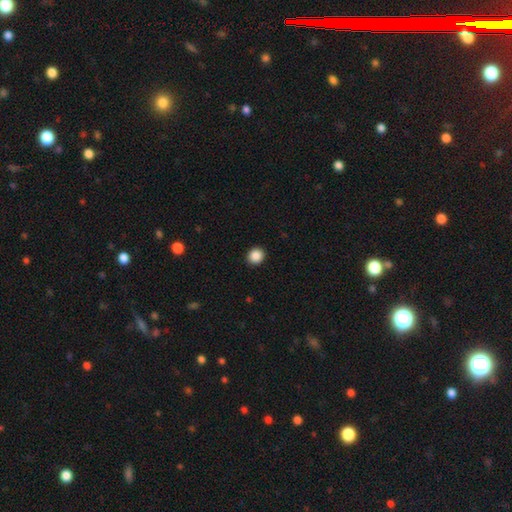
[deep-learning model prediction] Q: Smooth or featured?
A: smooth (88%); runner-up: star or artifact (9%)
Q: How rounded?
A: round (83%); runner-up: in between (16%)
Q: Merging?
A: none (92%); runner-up: minor disturbance (5%)